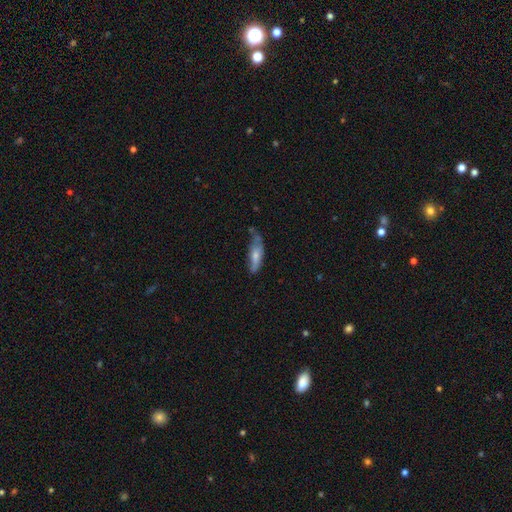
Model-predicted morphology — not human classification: Q: Smooth or featured?
A: smooth (64%); runner-up: featured or disk (29%)
Q: How rounded?
A: in between (50%); runner-up: cigar-shaped (48%)
Q: Merging?
A: none (38%); runner-up: minor disturbance (37%)